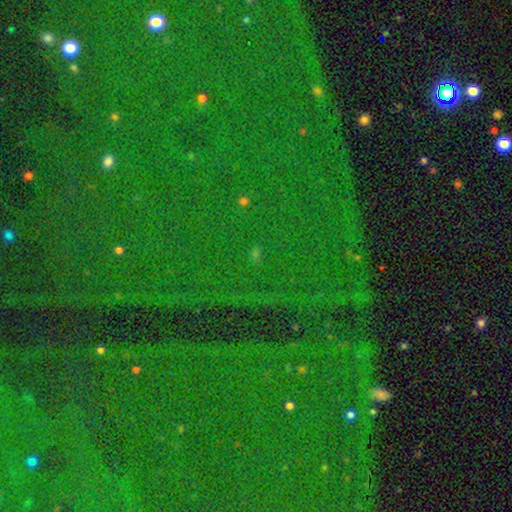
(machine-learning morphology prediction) A star or artifact, not a galaxy (84%).